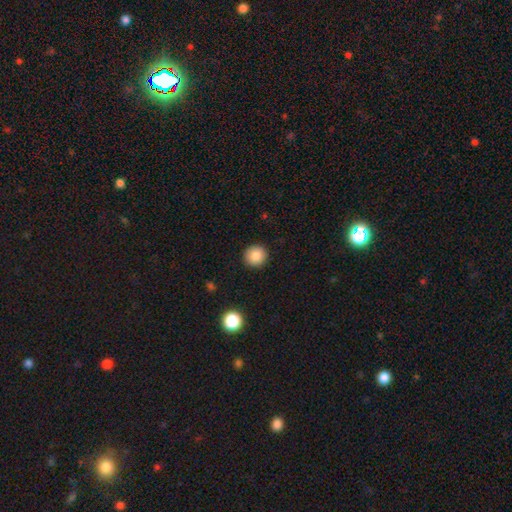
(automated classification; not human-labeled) A smooth galaxy with no disk features (85%) that is round (93%). Merging: none (92%).